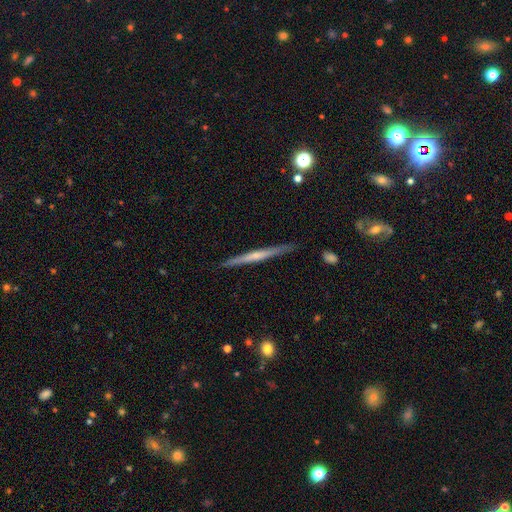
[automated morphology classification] Smooth or featured? Predicted: featured or disk (p=0.62). Edge-on disk? Predicted: yes (p=0.98). Edge-on bulge? Predicted: none (p=0.55). Merging? Predicted: none (p=0.90).